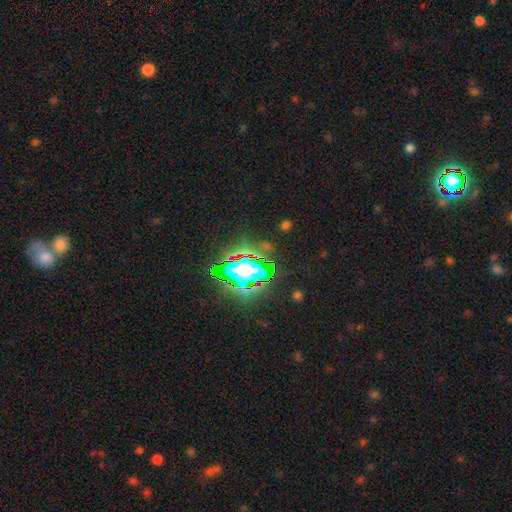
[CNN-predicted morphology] smooth_or_featured: star or artifact (p=0.80) [alt: smooth p=0.11]